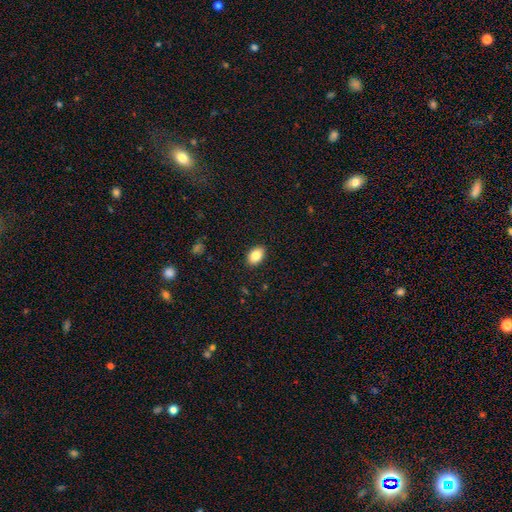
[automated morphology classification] Q: Smooth or featured?
A: smooth (84%); runner-up: star or artifact (8%)
Q: How rounded?
A: in between (86%); runner-up: round (13%)
Q: Merging?
A: none (90%); runner-up: minor disturbance (7%)